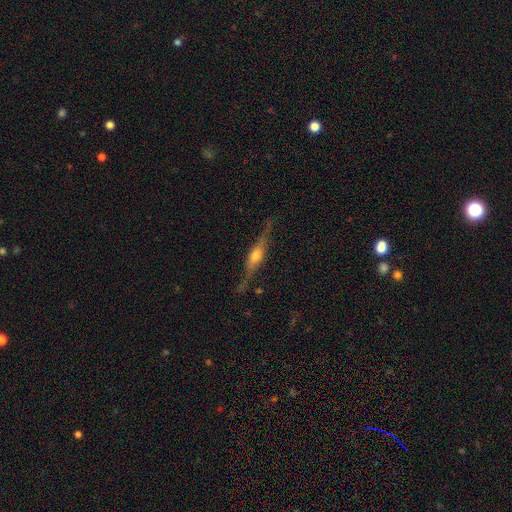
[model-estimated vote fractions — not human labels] This is likely a featured or disk galaxy (76%). It is clearly viewed edge-on (96%). Edge-on bulge: clearly rounded (86%). Merging: clearly none (80%).